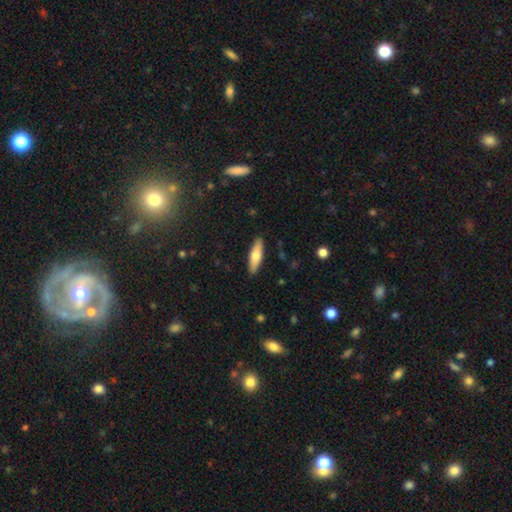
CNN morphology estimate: This is likely a smooth galaxy (61%). How rounded: possibly cigar-shaped (60%). Merging: clearly none (90%).